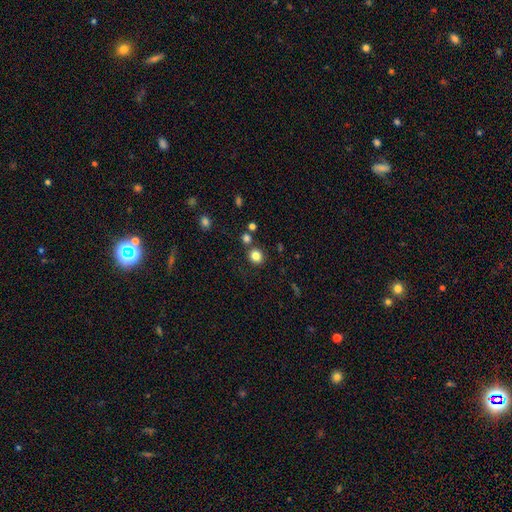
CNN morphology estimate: This appears to be a smooth galaxy with no disk features (82%) that is round (84%). Merging: none (81%).